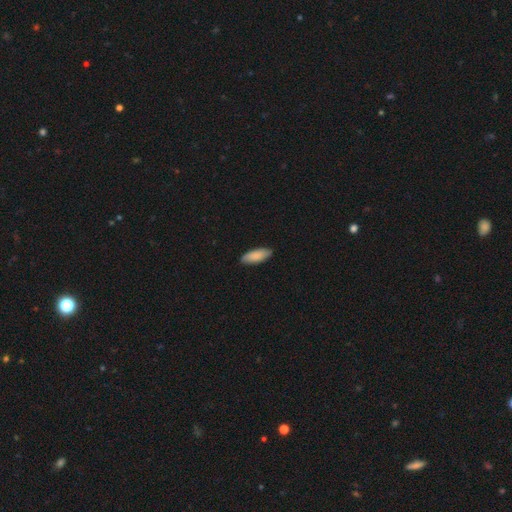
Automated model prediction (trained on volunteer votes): A smooth galaxy with no disk features (88%) that is in between round and cigar-shaped (73%).

Vote fractions:
- Smooth or featured? smooth: 88% / featured or disk: 7% / star or artifact: 5%
- How rounded? in between: 73% / cigar-shaped: 26% / round: 2%
- Merging? none: 86% / minor disturbance: 11% / major disturbance: 2% / merger: 1%